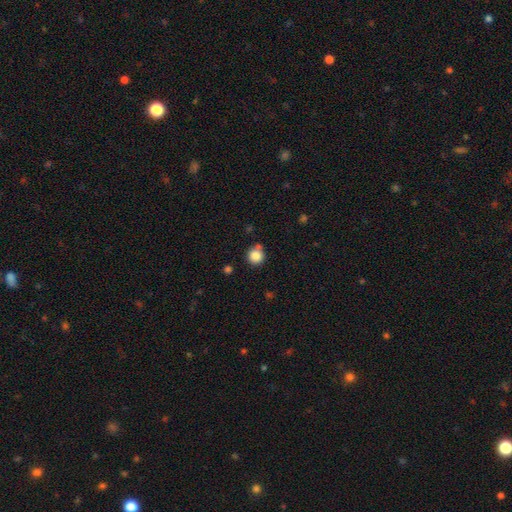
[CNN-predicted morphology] Q: Smooth or featured?
A: smooth (85%); runner-up: star or artifact (10%)
Q: How rounded?
A: round (92%); runner-up: in between (7%)
Q: Merging?
A: none (74%); runner-up: minor disturbance (13%)